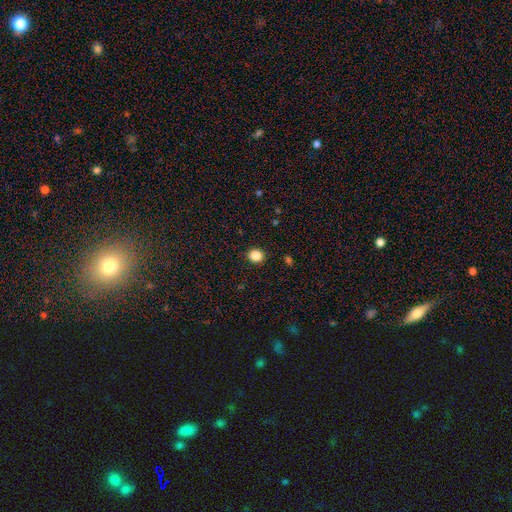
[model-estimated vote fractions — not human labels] A smooth galaxy with no disk features (86%) that is round (81%).

Vote fractions:
- Smooth or featured? smooth: 86% / star or artifact: 11% / featured or disk: 3%
- How rounded? round: 81% / in between: 19% / cigar-shaped: 1%
- Merging? none: 91% / minor disturbance: 6% / major disturbance: 2% / merger: 1%